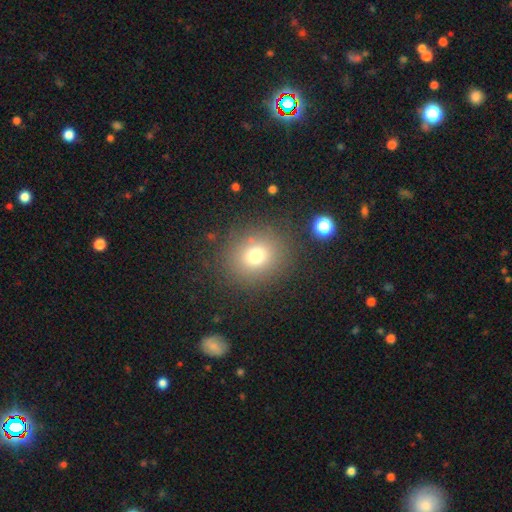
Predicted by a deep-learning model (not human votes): Smooth or featured? smooth (72%)
How rounded? round (81%)
Merging? none (84%)